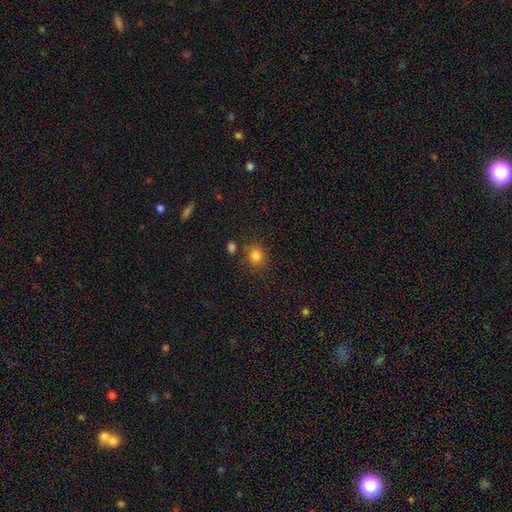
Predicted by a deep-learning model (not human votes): The model was most divided on "how rounded": round: 78%, in between: 21%, cigar-shaped: 1%. More confident: smooth or featured — smooth (82%); merging — none (77%).